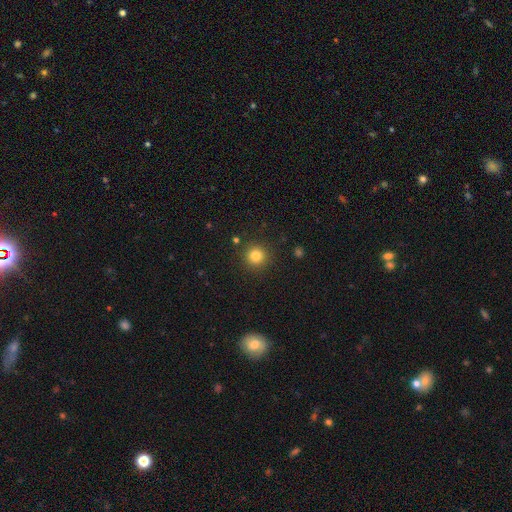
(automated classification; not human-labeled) Smooth or featured? smooth (82%)
How rounded? round (95%)
Merging? none (90%)